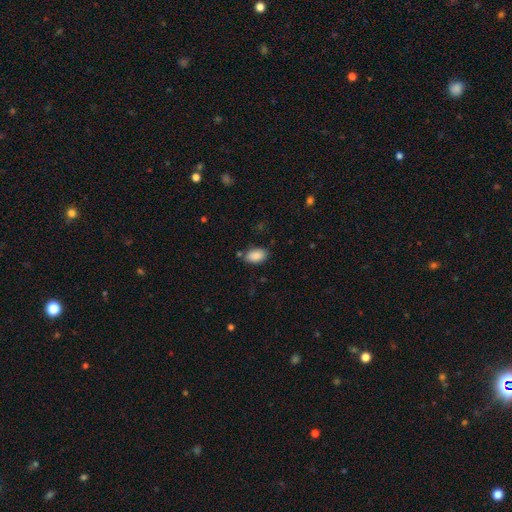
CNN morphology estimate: Smooth or featured: smooth — 89% (star or artifact — 7%)
How rounded: in between — 92% (round — 7%)
Merging: none — 79% (minor disturbance — 14%)